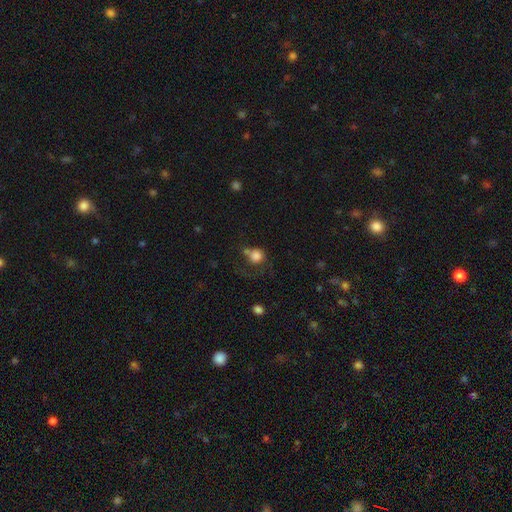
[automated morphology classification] Smooth or featured? smooth (82%)
How rounded? round (85%)
Merging? none (47%)